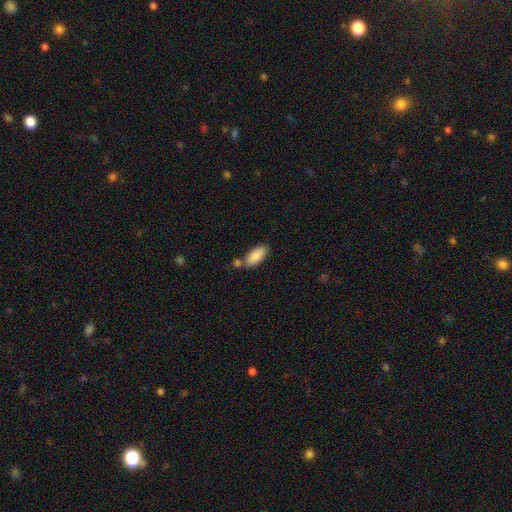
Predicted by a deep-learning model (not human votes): Smooth or featured?
  - smooth: 86% *
  - featured or disk: 8%
  - star or artifact: 6%
How rounded?
  - in between: 87% *
  - cigar-shaped: 11%
  - round: 2%
Merging?
  - none: 64% *
  - merger: 18%
  - minor disturbance: 14%
  - major disturbance: 3%